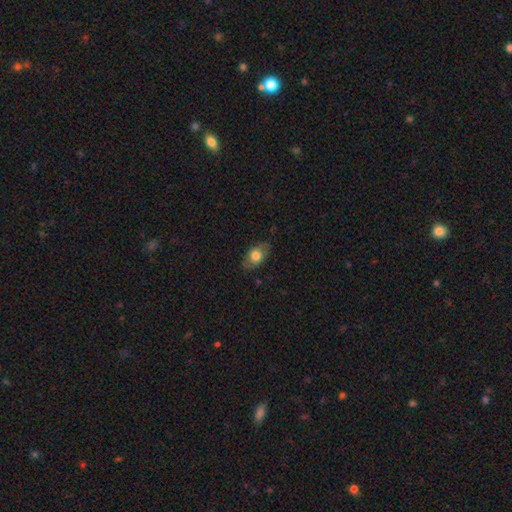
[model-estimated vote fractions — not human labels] Morphology: type=smooth (72%); roundness=in between (86%); merging=none (78%).